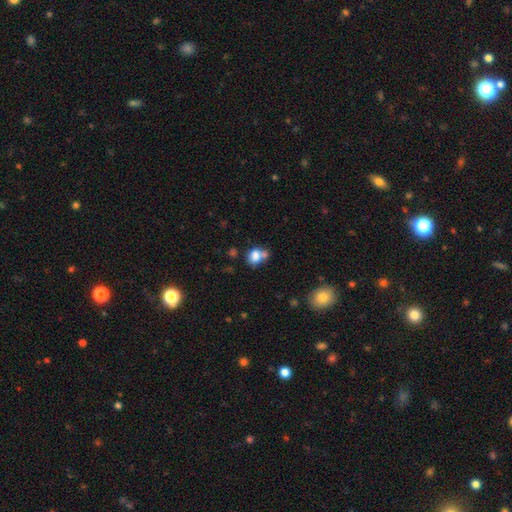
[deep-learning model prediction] A smooth galaxy with no disk features (78%) that is in between round and cigar-shaped (54%).

Vote fractions:
- Smooth or featured? smooth: 78% / featured or disk: 12% / star or artifact: 11%
- How rounded? in between: 54% / round: 44% / cigar-shaped: 1%
- Merging? merger: 40% / none: 37% / minor disturbance: 16% / major disturbance: 8%